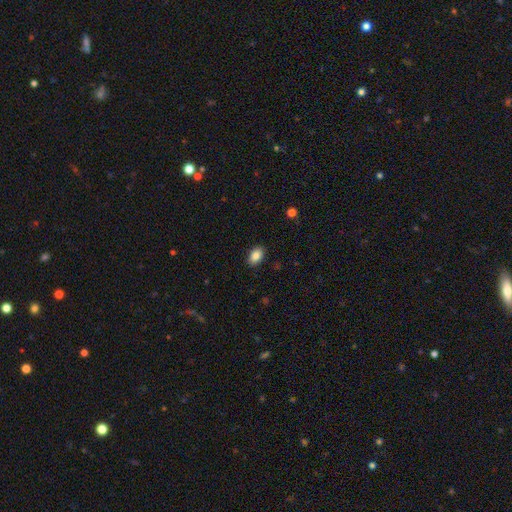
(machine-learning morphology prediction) Smooth or featured? smooth (87%)
How rounded? in between (88%)
Merging? none (88%)